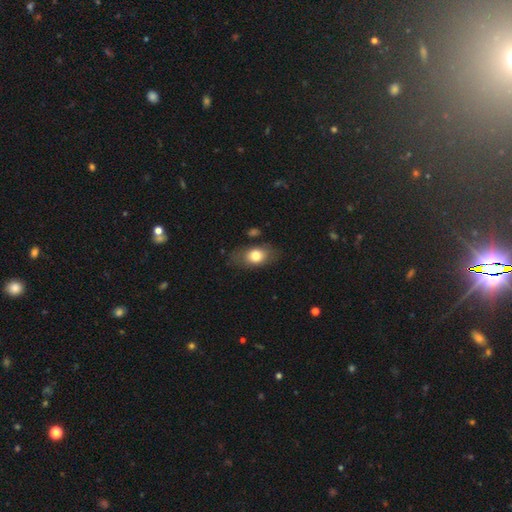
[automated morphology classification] This appears to be a smooth galaxy with no disk features (76%) that is in between round and cigar-shaped (81%). Merging: none (72%).